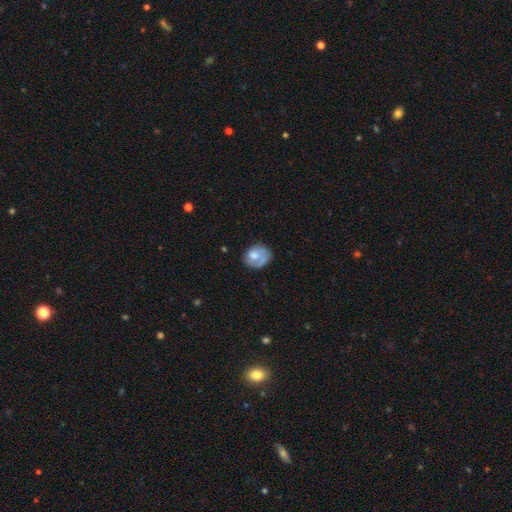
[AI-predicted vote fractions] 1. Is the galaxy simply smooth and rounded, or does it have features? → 62% smooth, 31% featured or disk, 7% star or artifact.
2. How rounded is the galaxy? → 53% round, 46% in between, 1% cigar-shaped.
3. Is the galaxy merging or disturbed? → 50% none, 27% minor disturbance, 19% major disturbance, 3% merger.